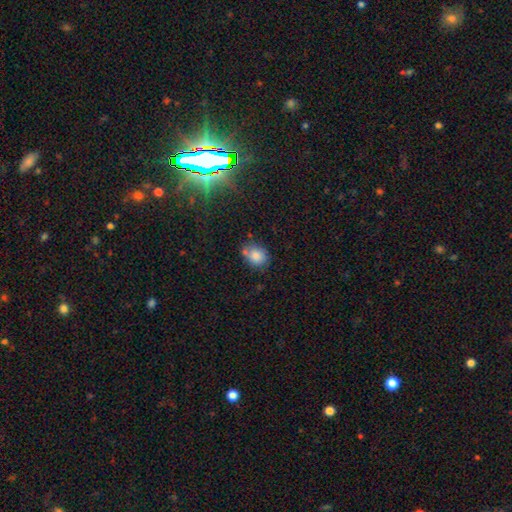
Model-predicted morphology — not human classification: Smooth or featured? Predicted: smooth (p=0.82). How rounded? Predicted: round (p=0.53). Merging? Predicted: none (p=0.61).